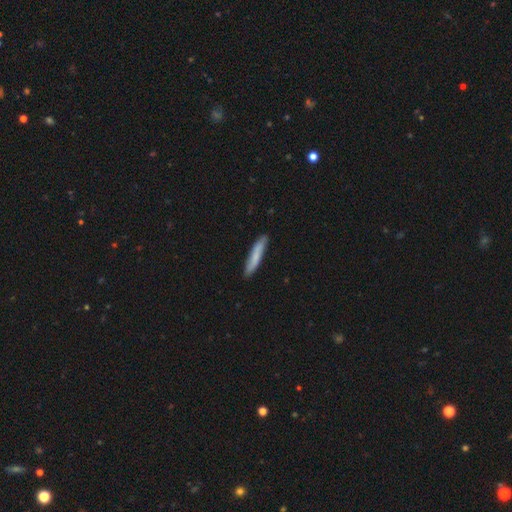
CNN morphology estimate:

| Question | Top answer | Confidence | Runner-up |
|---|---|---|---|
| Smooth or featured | smooth | 73% | featured or disk (21%) |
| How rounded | cigar-shaped | 91% | in between (7%) |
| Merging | none | 87% | minor disturbance (10%) |